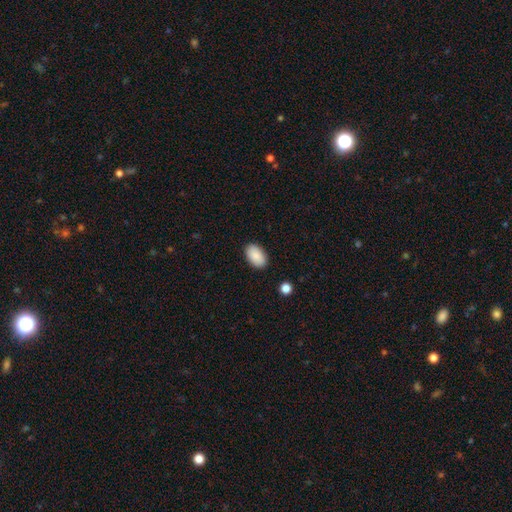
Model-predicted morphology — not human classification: smooth 90%, star or artifact 6%, featured or disk 4%. Down the decision tree: how rounded — in between (94%); merging — none (89%).